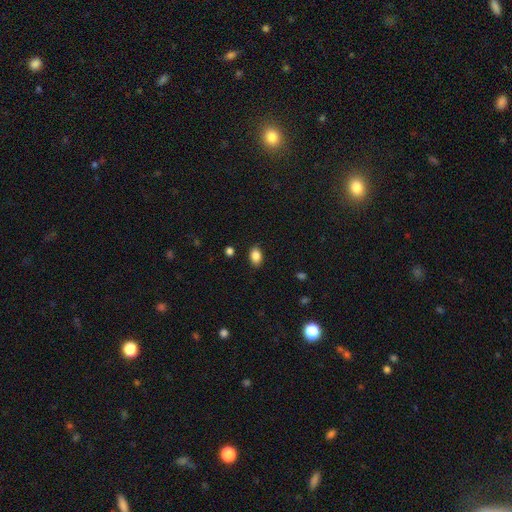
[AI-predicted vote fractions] A smooth galaxy with no disk features (87%) that is in between round and cigar-shaped (86%).

Vote fractions:
- Smooth or featured? smooth: 87% / star or artifact: 8% / featured or disk: 5%
- How rounded? in between: 86% / round: 12% / cigar-shaped: 2%
- Merging? none: 87% / minor disturbance: 10% / major disturbance: 2% / merger: 1%